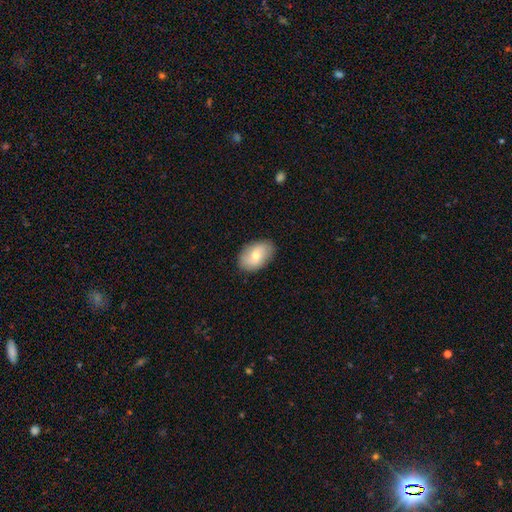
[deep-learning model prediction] Q: Smooth or featured?
A: smooth (70%); runner-up: featured or disk (23%)
Q: How rounded?
A: in between (90%); runner-up: round (9%)
Q: Merging?
A: none (85%); runner-up: minor disturbance (12%)